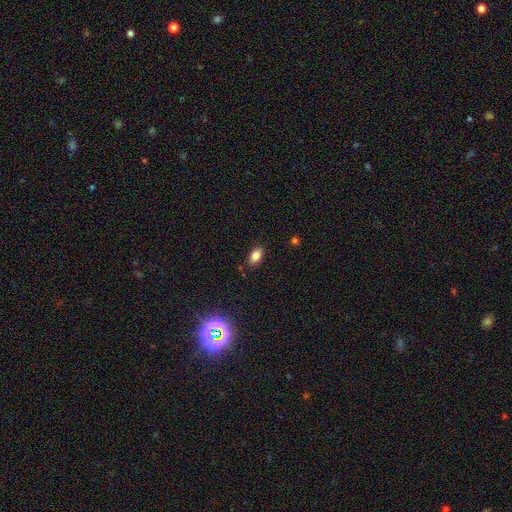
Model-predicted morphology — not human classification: Q: Smooth or featured?
A: smooth (81%); runner-up: star or artifact (11%)
Q: How rounded?
A: in between (89%); runner-up: round (8%)
Q: Merging?
A: none (85%); runner-up: minor disturbance (11%)